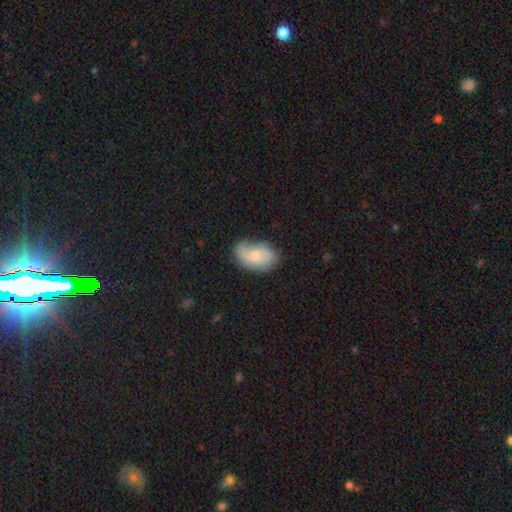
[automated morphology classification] Smooth or featured?
  - smooth: 47% *
  - featured or disk: 46%
  - star or artifact: 7%
Merging?
  - none: 61% *
  - minor disturbance: 27%
  - major disturbance: 9%
  - merger: 2%